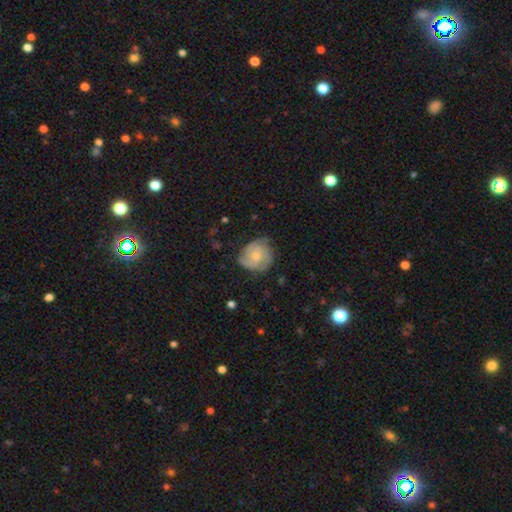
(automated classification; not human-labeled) Smooth or featured?
  - featured or disk: 69% *
  - smooth: 24%
  - star or artifact: 6%
Edge-on disk?
  - no: 98% *
  - yes: 2%
Bar?
  - no: 75% *
  - weak: 22%
  - strong: 3%
Spiral arms?
  - yes: 93% *
  - no: 7%
Spiral winding?
  - tight: 51% *
  - medium: 39%
  - loose: 10%
Spiral arm count?
  - 3: 48% *
  - 2: 17%
  - can't tell: 16%
  - 4: 10%
  - 1: 4%
  - more than 4: 4%
Bulge size?
  - small: 56% *
  - moderate: 39%
  - none: 3%
  - large: 1%
  - dominant: 1%
Merging?
  - none: 69% *
  - minor disturbance: 23%
  - major disturbance: 6%
  - merger: 1%